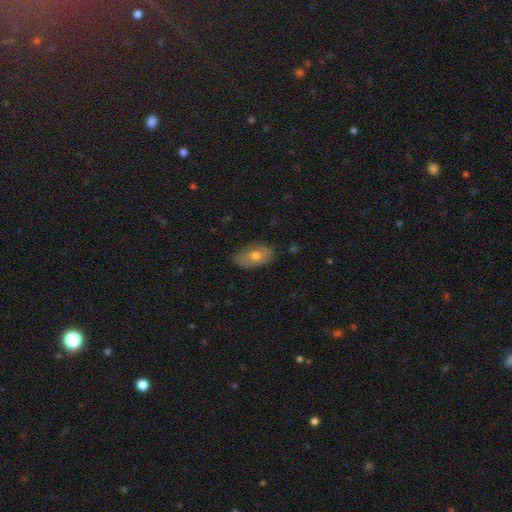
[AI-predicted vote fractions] This is likely a smooth galaxy (65%). How rounded: clearly in between (91%). Merging: likely none (79%).